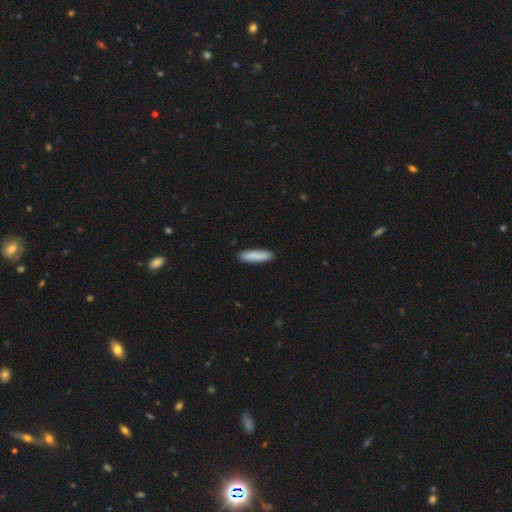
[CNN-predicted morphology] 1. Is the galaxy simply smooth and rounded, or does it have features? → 88% smooth, 6% featured or disk, 6% star or artifact.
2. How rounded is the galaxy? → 77% cigar-shaped, 22% in between, 1% round.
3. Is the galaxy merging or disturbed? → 90% none, 7% minor disturbance, 1% major disturbance, 1% merger.